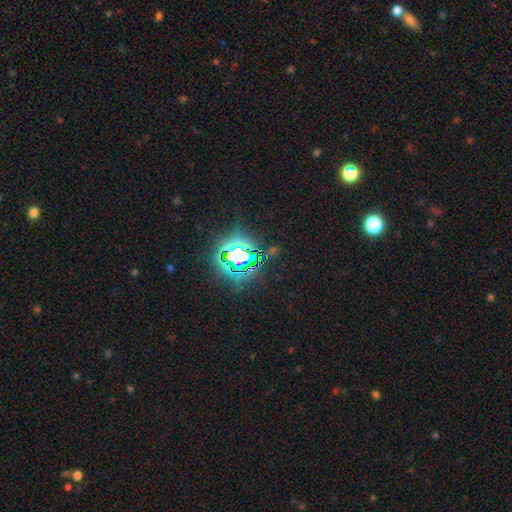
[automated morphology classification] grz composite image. It shows a star or artifact, not a galaxy (80%).